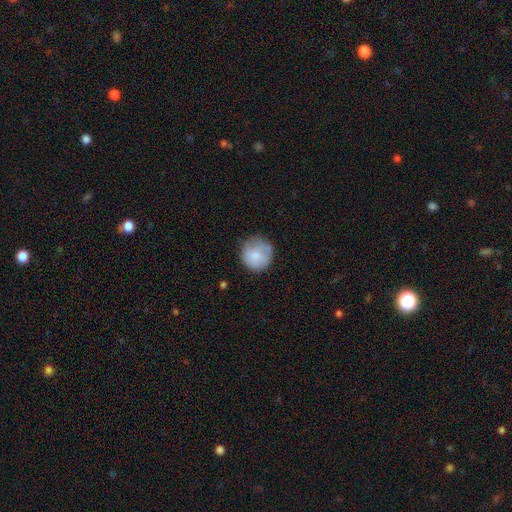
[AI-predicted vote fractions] Q: Smooth or featured?
A: smooth (78%); runner-up: featured or disk (15%)
Q: How rounded?
A: round (92%); runner-up: in between (7%)
Q: Merging?
A: none (71%); runner-up: minor disturbance (21%)